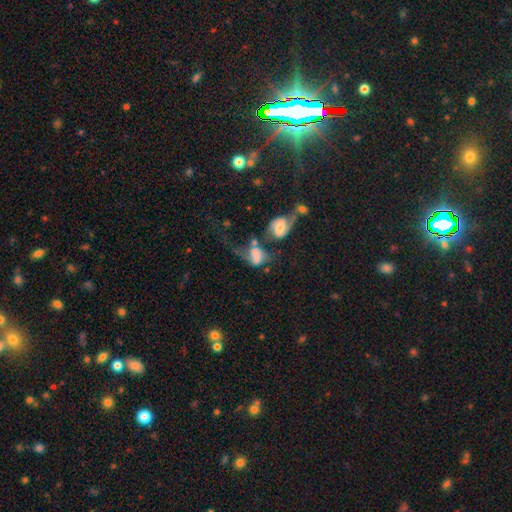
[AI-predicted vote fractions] Smooth or featured: featured or disk — 46% (smooth — 43%)
Merging: merger — 51% (major disturbance — 25%)